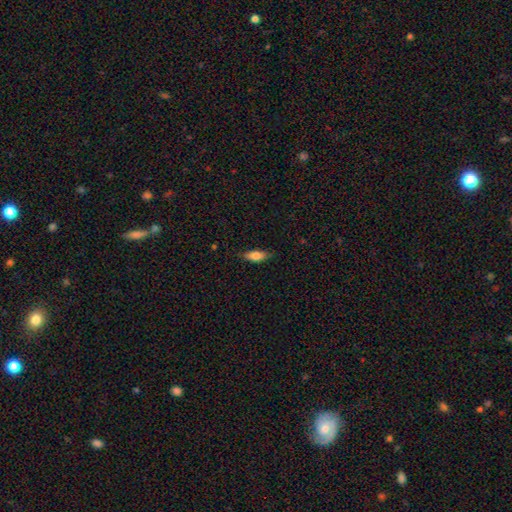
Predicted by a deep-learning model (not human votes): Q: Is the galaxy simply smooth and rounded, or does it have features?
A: smooth — 79%.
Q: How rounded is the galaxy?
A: in between — 75%.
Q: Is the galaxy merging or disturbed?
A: none — 81%.